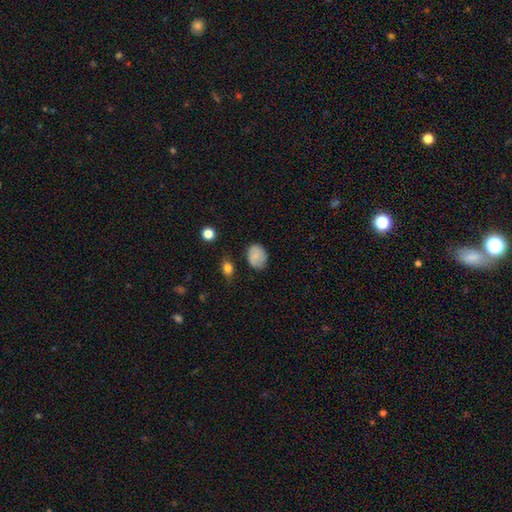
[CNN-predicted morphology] Overall: smooth (82%). How rounded: in between (70%). Merging: none (72%).